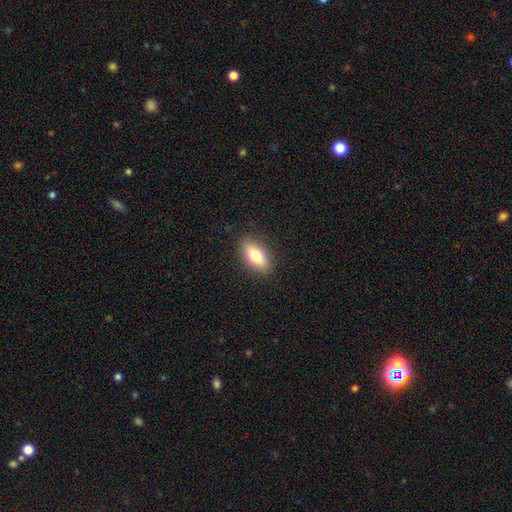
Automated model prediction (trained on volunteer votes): A smooth galaxy with no disk features (76%) that is in between round and cigar-shaped (84%).

Vote fractions:
- Smooth or featured? smooth: 76% / featured or disk: 17% / star or artifact: 7%
- How rounded? in between: 84% / cigar-shaped: 11% / round: 5%
- Merging? none: 88% / minor disturbance: 9% / major disturbance: 2% / merger: 1%